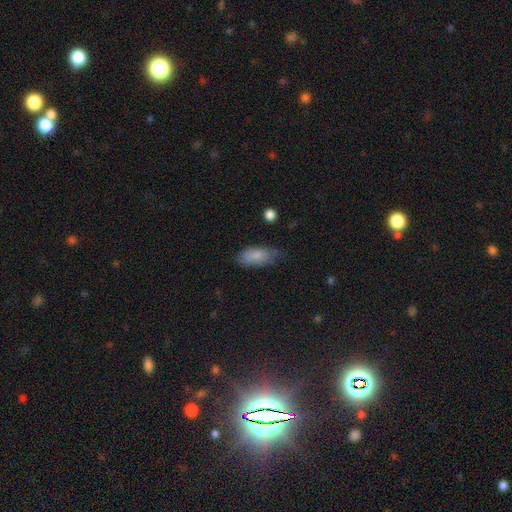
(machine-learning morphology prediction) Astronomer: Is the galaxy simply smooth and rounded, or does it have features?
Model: smooth — 82%.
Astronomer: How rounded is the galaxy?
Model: in between — 87%.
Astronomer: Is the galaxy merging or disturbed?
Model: none — 60%.